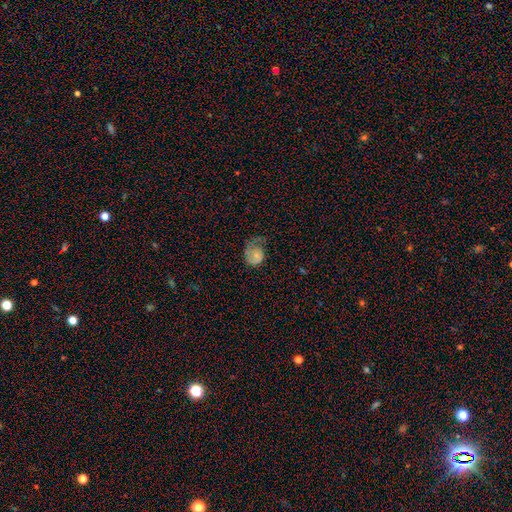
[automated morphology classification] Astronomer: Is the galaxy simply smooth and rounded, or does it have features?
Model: smooth — 59%.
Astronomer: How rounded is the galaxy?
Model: round — 61% (runner-up: in between, 38%).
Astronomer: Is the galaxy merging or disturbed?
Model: major disturbance — 36% (runner-up: minor disturbance, 33%).